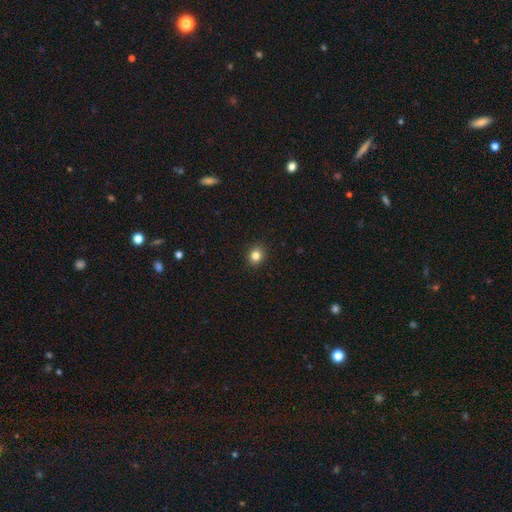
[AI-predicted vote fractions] Overall: smooth (83%). How rounded: round (75%). Merging: none (92%).